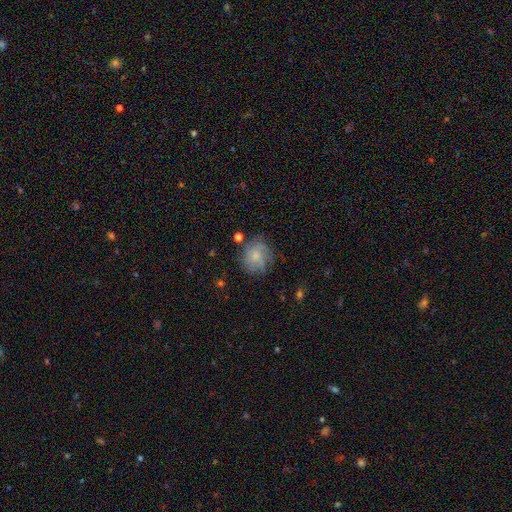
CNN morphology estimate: The model was most divided on "smooth or featured": smooth: 46%, featured or disk: 42%, star or artifact: 11%. More confident: merging — none (61%).